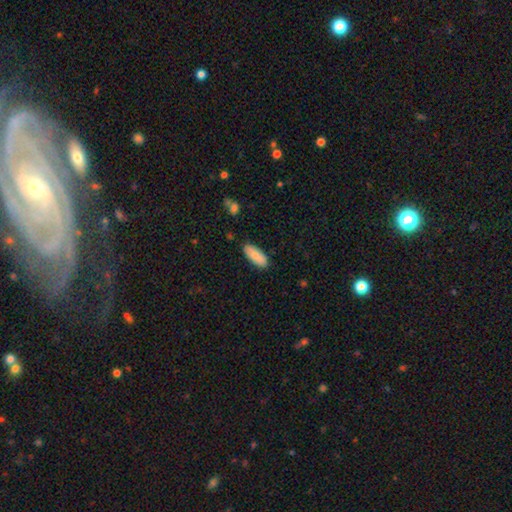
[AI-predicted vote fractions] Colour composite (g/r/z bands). It shows a smooth galaxy with no disk features (86%) that is in between round and cigar-shaped (75%). Merging: none (86%).